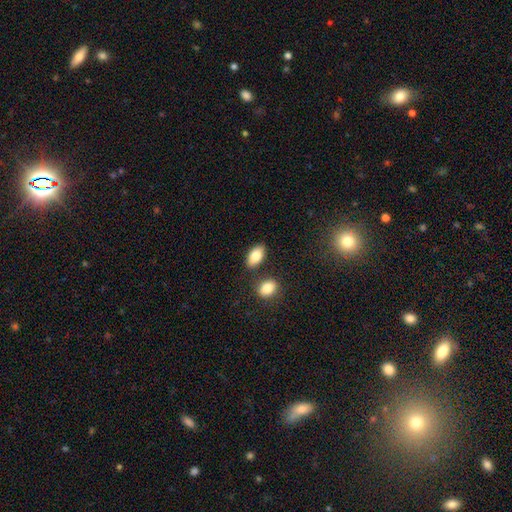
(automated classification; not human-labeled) This appears to be a smooth galaxy with no disk features (83%) that is in between round and cigar-shaped (92%). Merging: none (77%).